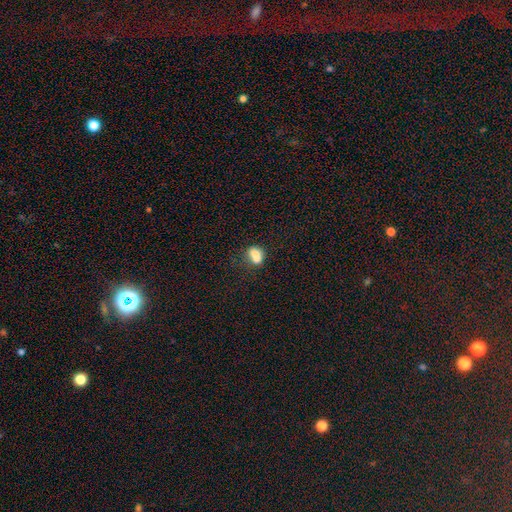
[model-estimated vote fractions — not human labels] Q: Smooth or featured?
A: smooth (73%); runner-up: featured or disk (15%)
Q: How rounded?
A: in between (58%); runner-up: round (38%)
Q: Merging?
A: merger (40%); runner-up: none (38%)